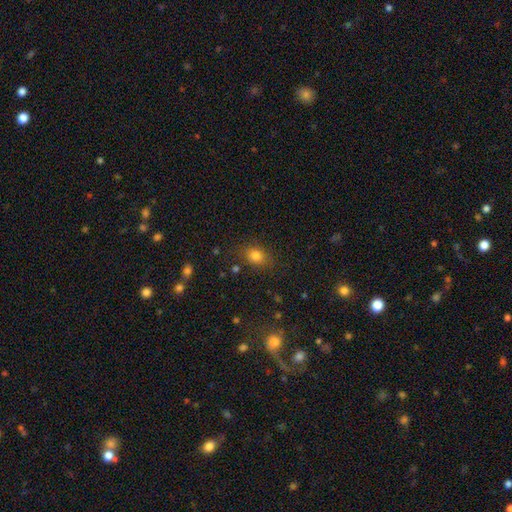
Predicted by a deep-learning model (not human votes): Morphology: type=smooth (80%); roundness=in between (57%); merging=none (79%).